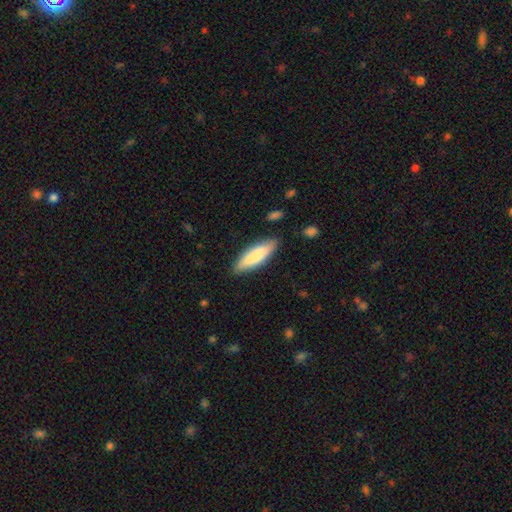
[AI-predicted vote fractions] Smooth or featured: smooth — 82% (featured or disk — 13%)
How rounded: cigar-shaped — 55% (in between — 44%)
Merging: none — 86% (minor disturbance — 11%)